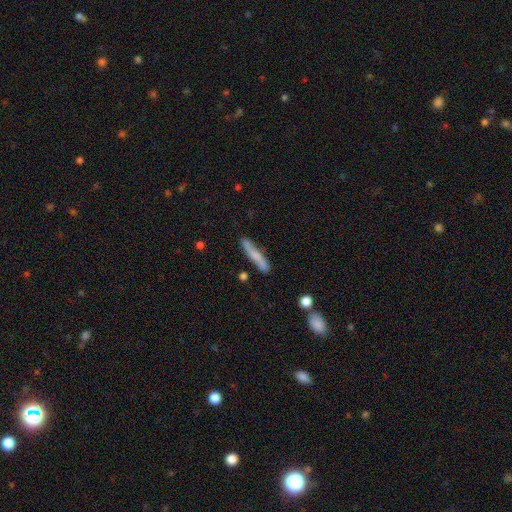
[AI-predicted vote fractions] A smooth galaxy with no disk features (59%) that is cigar-shaped (92%). Merging: none (77%).